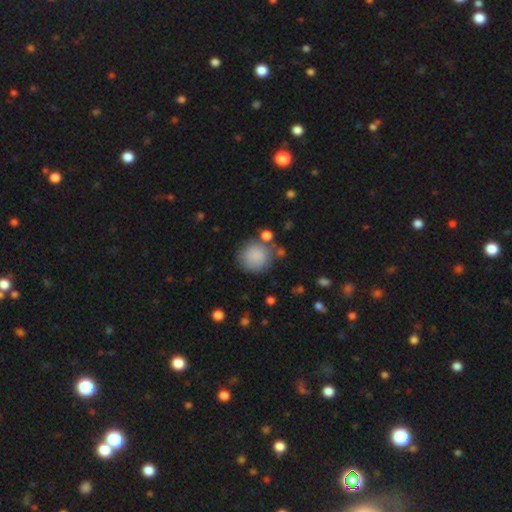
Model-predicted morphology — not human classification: Smooth or featured: smooth — 85% (star or artifact — 8%)
How rounded: round — 90% (in between — 9%)
Merging: none — 69% (minor disturbance — 16%)